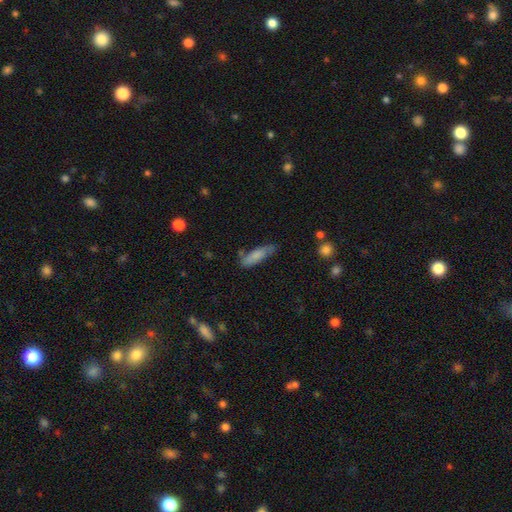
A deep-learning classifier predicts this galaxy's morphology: Smooth or featured? smooth (75%)
How rounded? cigar-shaped (58%)
Merging? none (61%)